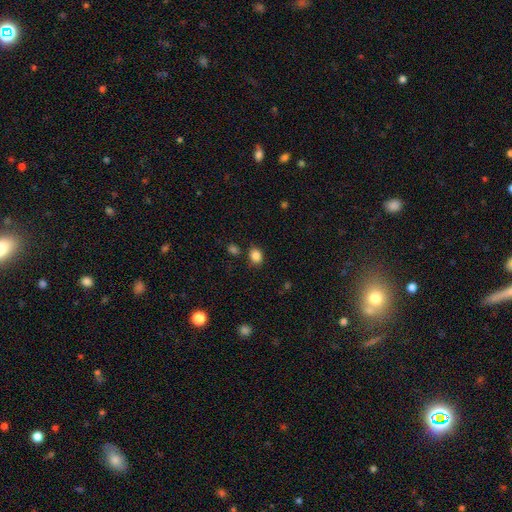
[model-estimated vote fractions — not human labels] Overall: smooth (85%). How rounded: round (52%; in between 47%). Merging: none (80%).